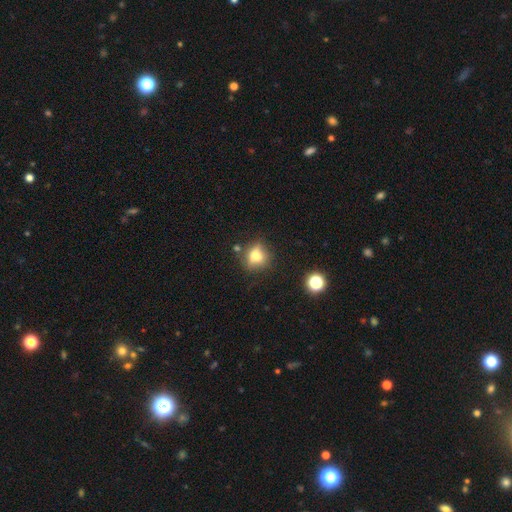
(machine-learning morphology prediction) Smooth or featured: smooth — 69% (featured or disk — 19%)
How rounded: round — 66% (in between — 32%)
Merging: none — 65% (minor disturbance — 21%)